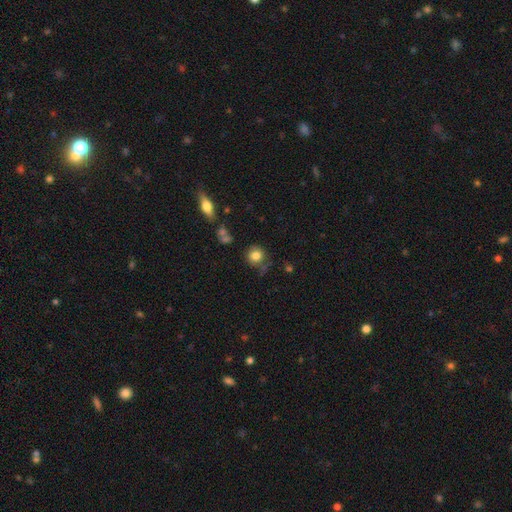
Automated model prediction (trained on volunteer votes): Smooth or featured?
  - smooth: 81% *
  - star or artifact: 10%
  - featured or disk: 9%
How rounded?
  - round: 86% *
  - in between: 12%
  - cigar-shaped: 1%
Merging?
  - none: 70% *
  - minor disturbance: 18%
  - major disturbance: 7%
  - merger: 6%